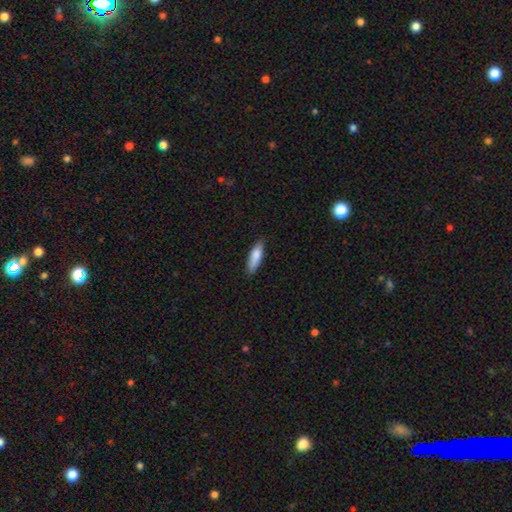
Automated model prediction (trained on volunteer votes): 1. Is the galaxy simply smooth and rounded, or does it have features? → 84% smooth, 10% featured or disk, 6% star or artifact.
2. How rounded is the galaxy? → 55% cigar-shaped, 43% in between, 2% round.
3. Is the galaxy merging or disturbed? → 83% none, 13% minor disturbance, 2% major disturbance, 1% merger.